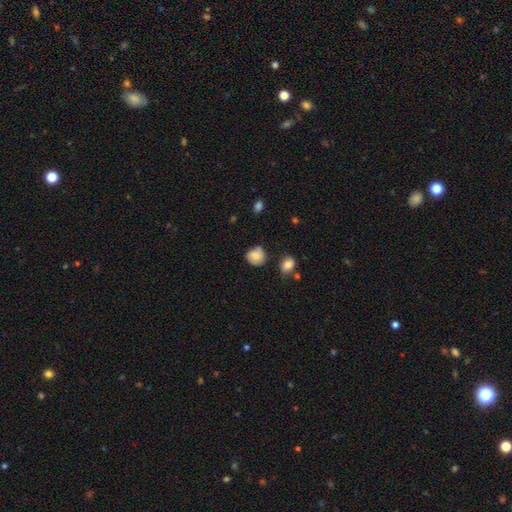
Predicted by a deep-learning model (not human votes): smooth 67%, featured or disk 25%, star or artifact 8%. Down the decision tree: how rounded — round (75%); merging — none (61%).